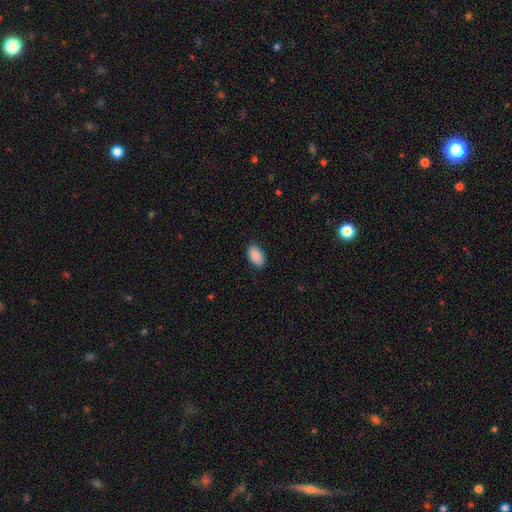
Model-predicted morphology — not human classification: Smooth or featured: smooth — 91% (star or artifact — 6%)
How rounded: in between — 95% (round — 4%)
Merging: none — 87% (minor disturbance — 10%)